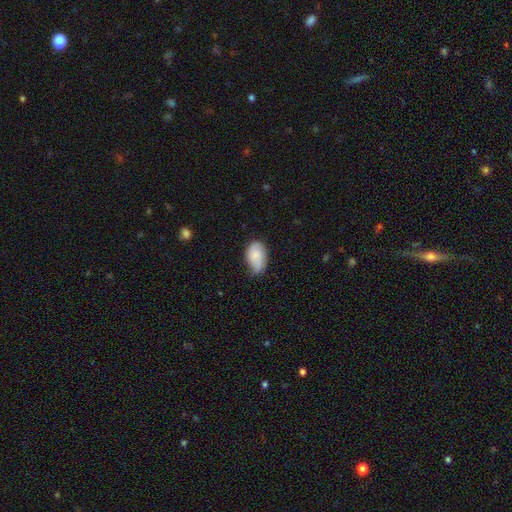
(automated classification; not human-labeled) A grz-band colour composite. It shows a smooth galaxy with no disk features (69%) that is in between round and cigar-shaped (90%). Merging: none (46%).